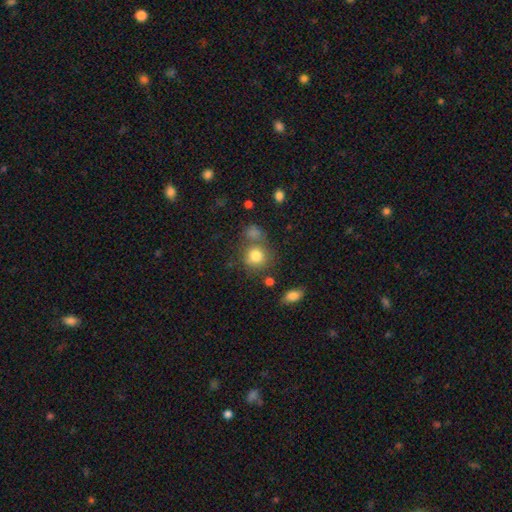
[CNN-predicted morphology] A smooth galaxy with no disk features (80%) that is round (81%).

Vote fractions:
- Smooth or featured? smooth: 80% / star or artifact: 11% / featured or disk: 9%
- How rounded? round: 81% / in between: 18% / cigar-shaped: 1%
- Merging? none: 60% / merger: 21% / minor disturbance: 14% / major disturbance: 6%